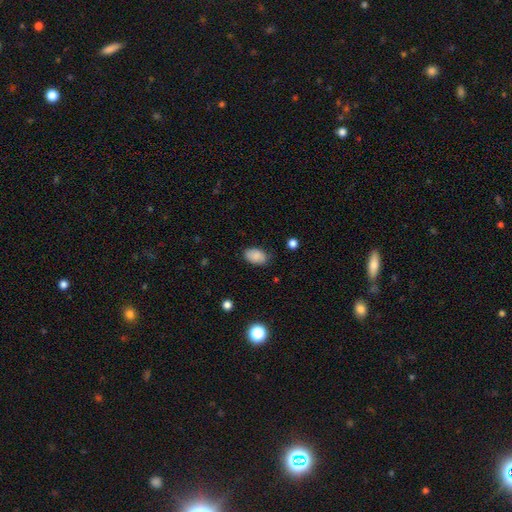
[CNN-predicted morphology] smooth 87%, star or artifact 8%, featured or disk 5%. Down the decision tree: how rounded — in between (91%); merging — none (79%).